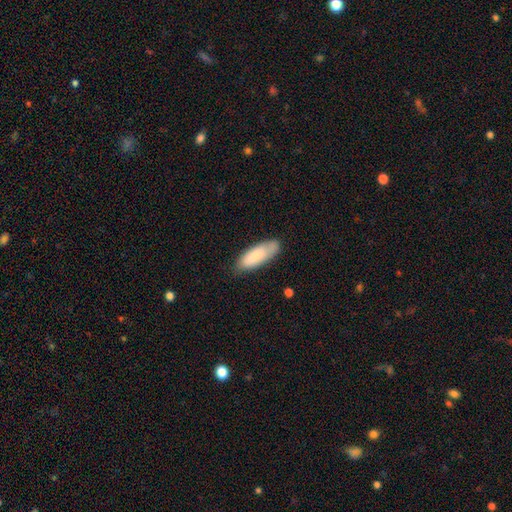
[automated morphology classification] smooth 79%, featured or disk 15%, star or artifact 6%. Down the decision tree: how rounded — in between (70%); merging — none (73%).